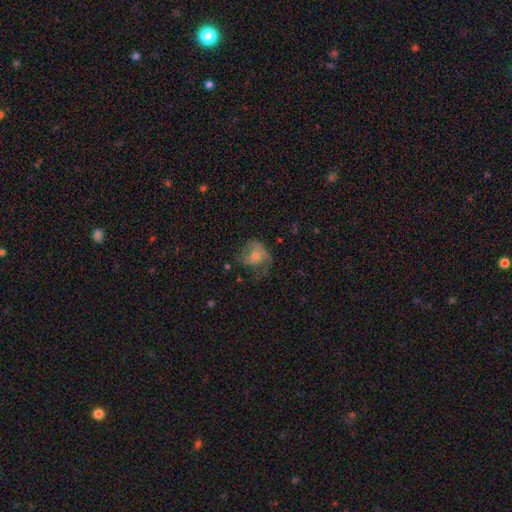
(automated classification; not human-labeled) Smooth or featured?
  - featured or disk: 50% *
  - smooth: 38%
  - star or artifact: 12%
Merging?
  - none: 50% *
  - major disturbance: 24%
  - minor disturbance: 24%
  - merger: 2%